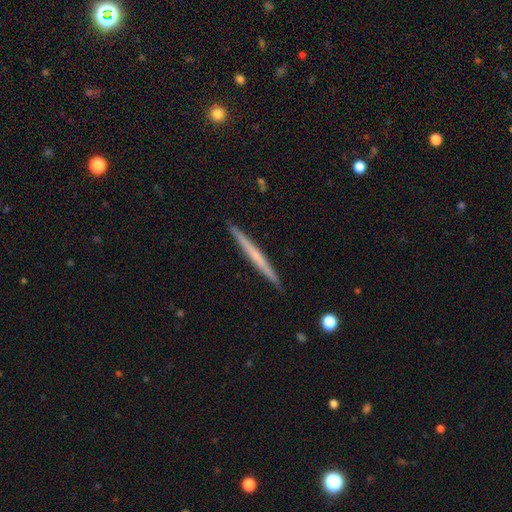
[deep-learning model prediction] The model was most divided on "smooth or featured": featured or disk: 50%, smooth: 44%, star or artifact: 6%. More confident: edge-on disk — yes (98%); merging — none (92%).